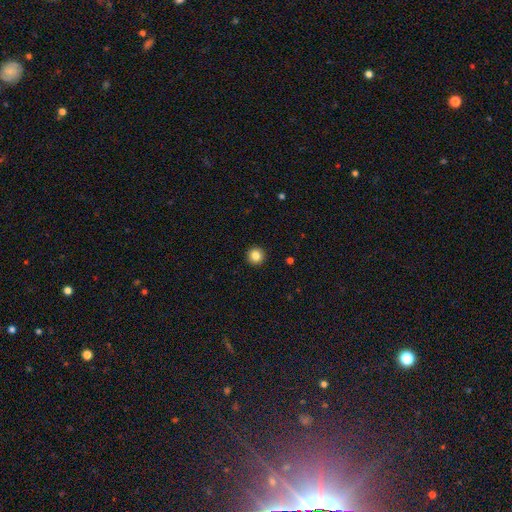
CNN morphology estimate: Smooth or featured: smooth — 85% (star or artifact — 10%)
How rounded: round — 96% (in between — 3%)
Merging: none — 94% (minor disturbance — 4%)